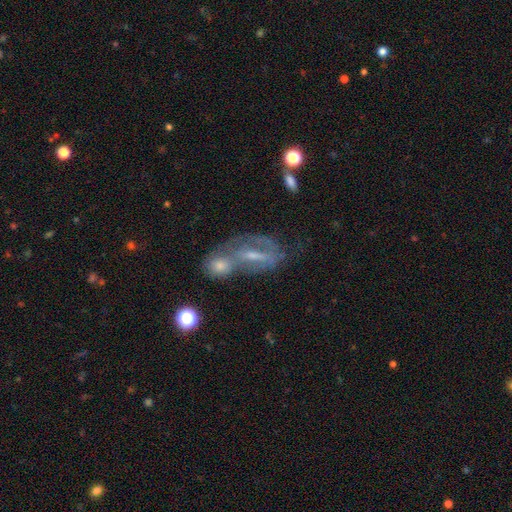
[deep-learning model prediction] Smooth or featured? featured or disk (64%)
Edge-on disk? no (89%)
Bar? weak (41%)
Spiral arms? yes (60%)
Bulge size? small (44%)
Merging? merger (54%)